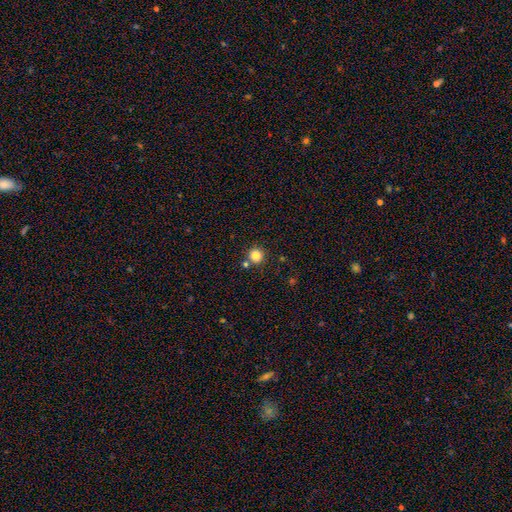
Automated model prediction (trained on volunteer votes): Smooth or featured?
  - smooth: 84% *
  - star or artifact: 12%
  - featured or disk: 4%
How rounded?
  - round: 94% *
  - in between: 5%
  - cigar-shaped: 1%
Merging?
  - none: 80% *
  - merger: 10%
  - minor disturbance: 7%
  - major disturbance: 2%